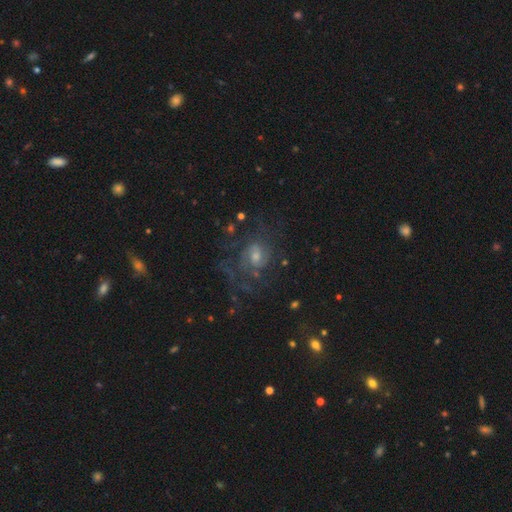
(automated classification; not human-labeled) A featured or disk galaxy (71%) with no bar (58%), tight (41%, tied with medium) spiral arms (87%) and a moderate central bulge (47%). Merging: none (60%).